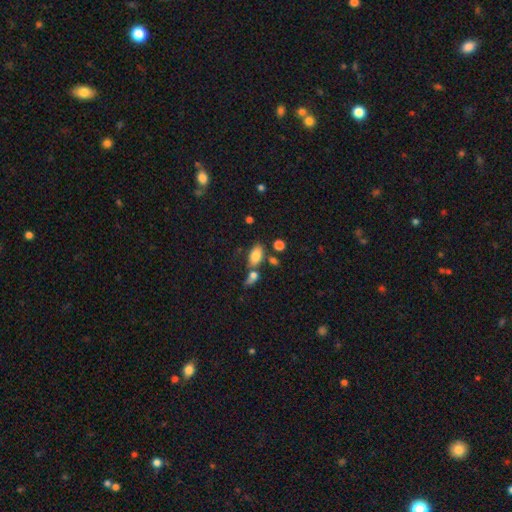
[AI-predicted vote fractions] Smooth or featured? smooth (79%)
How rounded? in between (90%)
Merging? none (57%)